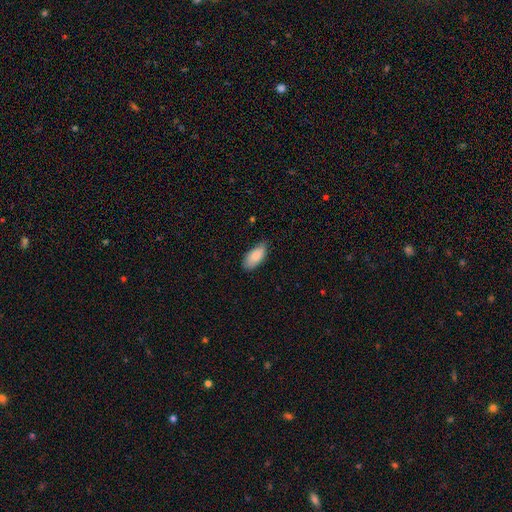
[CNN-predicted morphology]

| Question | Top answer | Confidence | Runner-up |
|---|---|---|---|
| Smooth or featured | smooth | 84% | featured or disk (10%) |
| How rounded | in between | 91% | cigar-shaped (7%) |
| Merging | none | 76% | minor disturbance (21%) |